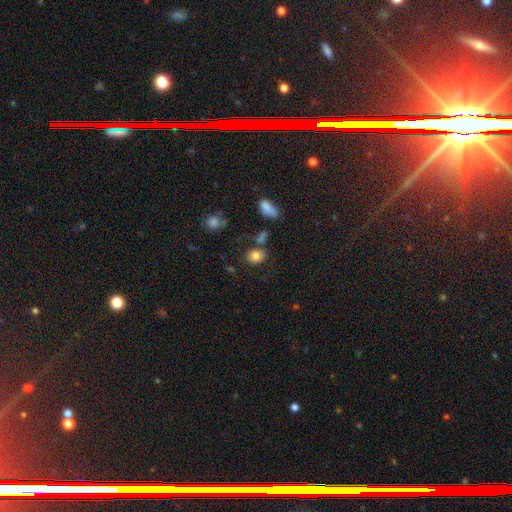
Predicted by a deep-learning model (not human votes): A smooth galaxy with no disk features (81%) that is round (50%).

Vote fractions:
- Smooth or featured? smooth: 81% / star or artifact: 10% / featured or disk: 9%
- How rounded? round: 50% / in between: 48% / cigar-shaped: 1%
- Merging? none: 68% / minor disturbance: 15% / merger: 11% / major disturbance: 6%